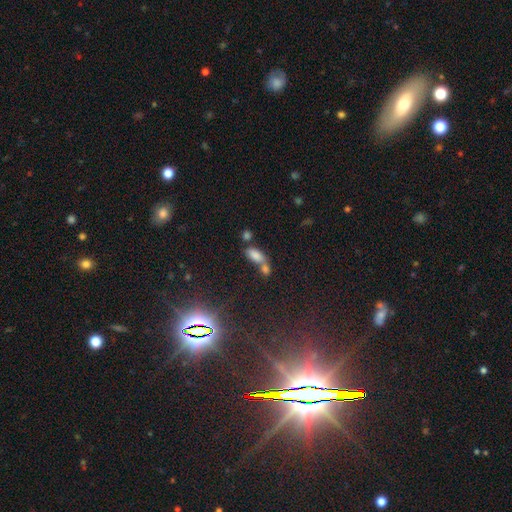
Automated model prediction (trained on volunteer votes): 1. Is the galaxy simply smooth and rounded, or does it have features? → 76% smooth, 13% star or artifact, 11% featured or disk.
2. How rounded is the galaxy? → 84% in between, 10% cigar-shaped, 6% round.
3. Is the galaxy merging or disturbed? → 57% merger, 27% none, 10% minor disturbance, 6% major disturbance.